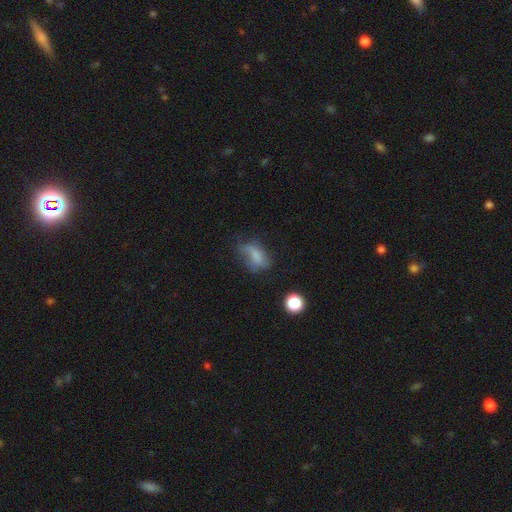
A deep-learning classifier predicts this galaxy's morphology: Smooth or featured: smooth — 56% (featured or disk — 30%)
How rounded: in between — 79% (round — 12%)
Merging: none — 34% (major disturbance — 31%)